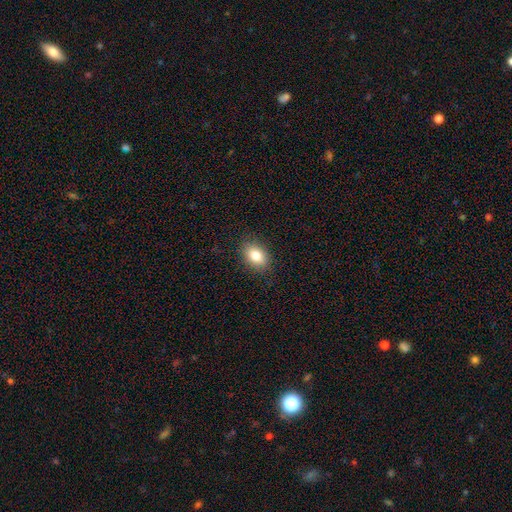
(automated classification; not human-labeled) This appears to be a smooth galaxy with no disk features (83%) that is in between round and cigar-shaped (82%). Merging: none (87%).